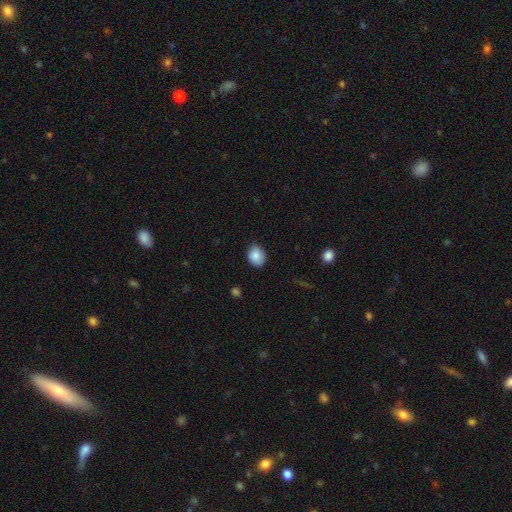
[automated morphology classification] Smooth or featured: smooth — 86% (star or artifact — 8%)
How rounded: in between — 57% (round — 42%)
Merging: none — 76% (minor disturbance — 20%)